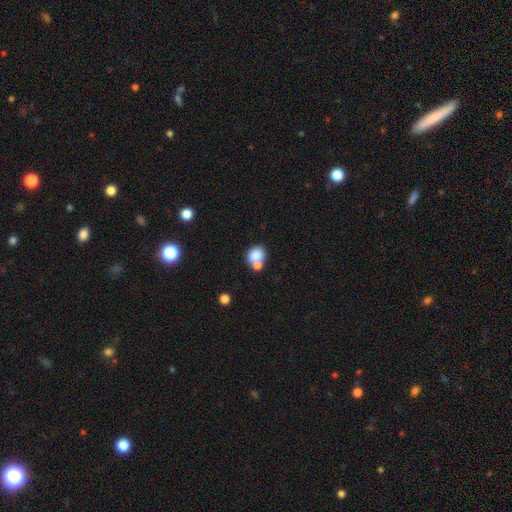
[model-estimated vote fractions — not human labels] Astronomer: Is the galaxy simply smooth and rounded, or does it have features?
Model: smooth — 81%.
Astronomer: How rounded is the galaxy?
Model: round — 68%.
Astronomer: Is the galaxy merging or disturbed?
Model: merger — 44% (runner-up: none, 42%).